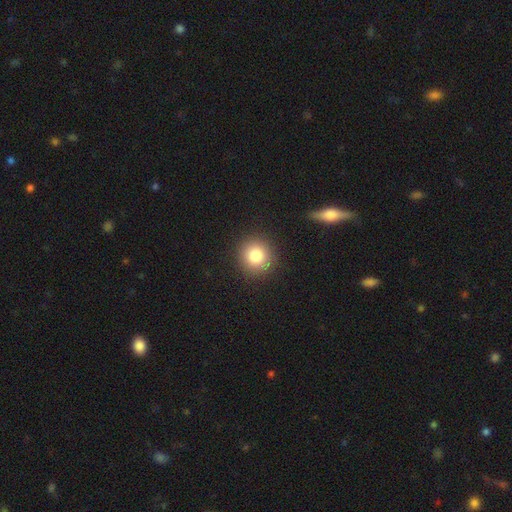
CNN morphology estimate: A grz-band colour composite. It shows a smooth galaxy with no disk features (82%) that is round (93%). Merging: none (89%).